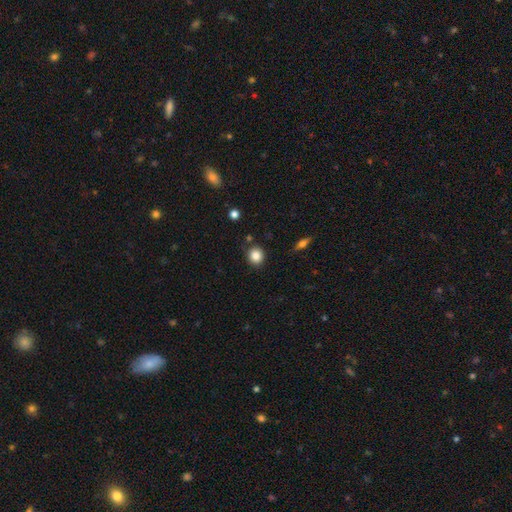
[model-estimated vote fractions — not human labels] A smooth galaxy with no disk features (85%) that is round (82%).

Vote fractions:
- Smooth or featured? smooth: 85% / star or artifact: 10% / featured or disk: 5%
- How rounded? round: 82% / in between: 17% / cigar-shaped: 1%
- Merging? none: 85% / minor disturbance: 10% / merger: 3% / major disturbance: 3%